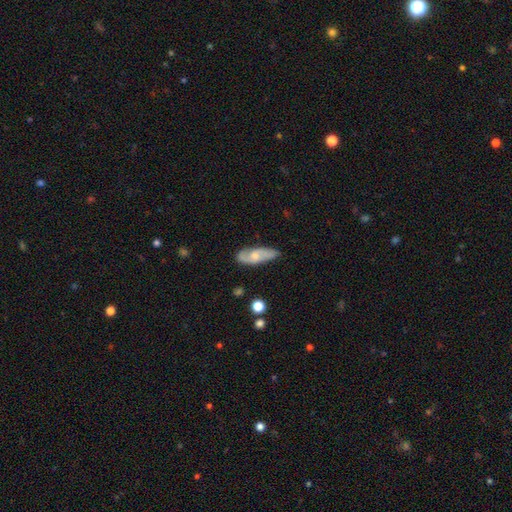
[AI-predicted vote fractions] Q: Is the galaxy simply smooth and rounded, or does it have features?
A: featured or disk — 53%.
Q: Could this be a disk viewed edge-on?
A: no — 84%.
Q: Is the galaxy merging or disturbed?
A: none — 71%.